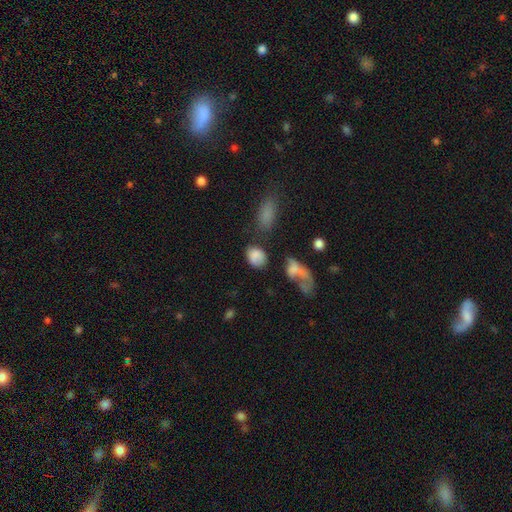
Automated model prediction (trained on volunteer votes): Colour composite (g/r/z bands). It shows a smooth galaxy with no disk features (79%) that is in between round and cigar-shaped (57%). Merging: none (53%).